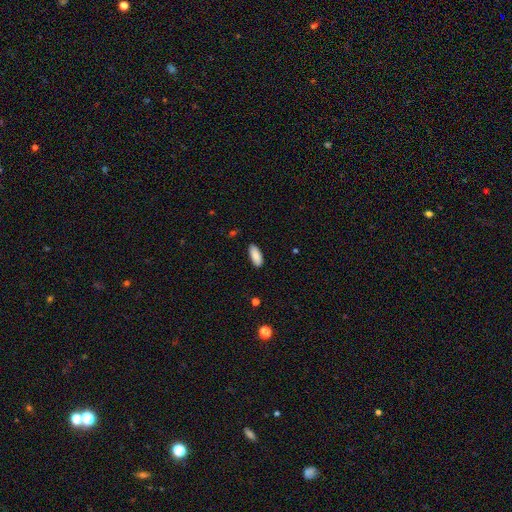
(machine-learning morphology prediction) This is clearly a smooth galaxy (87%). How rounded: clearly in between (82%). Merging: clearly none (87%).